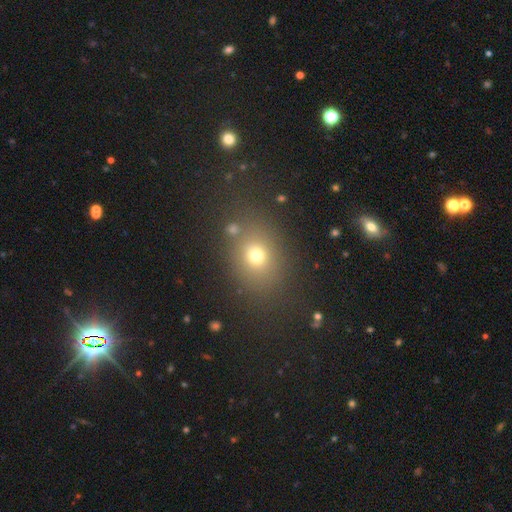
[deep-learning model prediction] Smooth or featured? smooth (70%)
How rounded? round (51%)
Merging? none (77%)